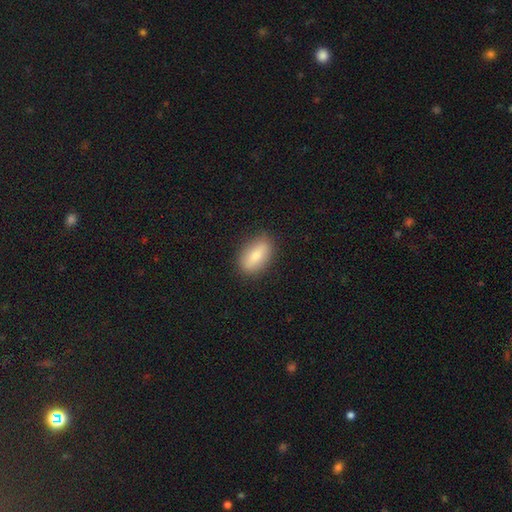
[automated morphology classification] smooth 75%, featured or disk 18%, star or artifact 7%. Down the decision tree: how rounded — in between (84%); merging — none (85%).